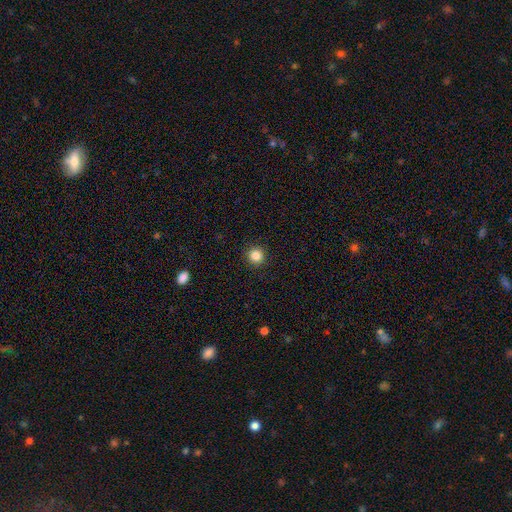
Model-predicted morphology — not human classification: A smooth galaxy with no disk features (85%) that is round (95%).

Vote fractions:
- Smooth or featured? smooth: 85% / star or artifact: 11% / featured or disk: 4%
- How rounded? round: 95% / in between: 4% / cigar-shaped: 1%
- Merging? none: 93% / minor disturbance: 5% / major disturbance: 2% / merger: 1%